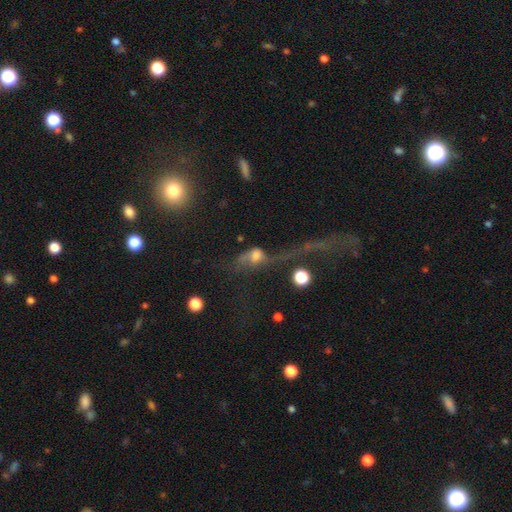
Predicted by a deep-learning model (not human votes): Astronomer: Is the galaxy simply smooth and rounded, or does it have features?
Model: smooth — 44% (runner-up: featured or disk, 39%).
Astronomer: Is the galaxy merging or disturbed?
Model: major disturbance — 53%.